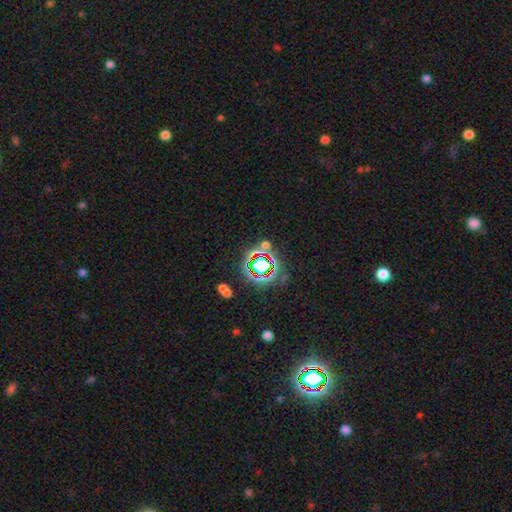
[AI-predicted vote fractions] The model was most divided on "smooth or featured": star or artifact: 63%, smooth: 25%, featured or disk: 12%.